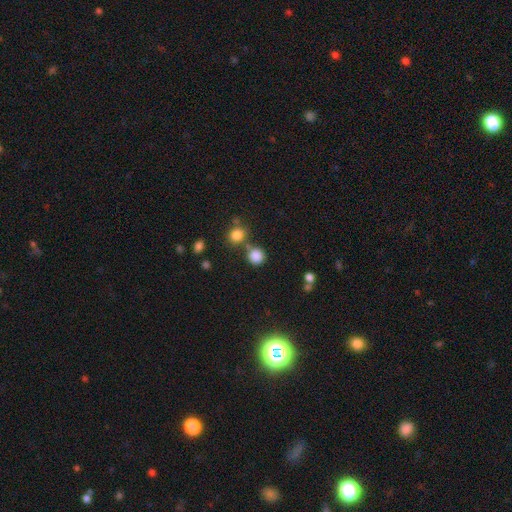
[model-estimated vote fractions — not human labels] This appears to be a smooth galaxy with no disk features (83%) that is round (89%). Merging: none (69%).